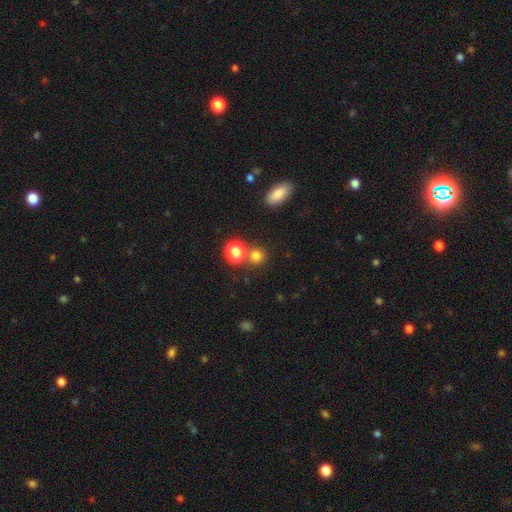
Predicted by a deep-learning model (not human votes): Smooth or featured? Predicted: smooth (p=0.76). How rounded? Predicted: round (p=0.87). Merging? Predicted: none (p=0.70).